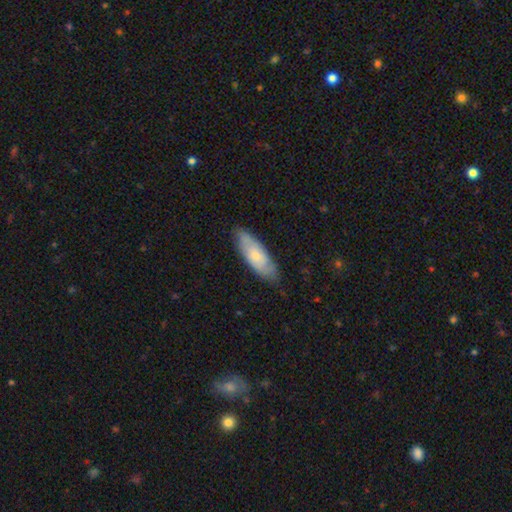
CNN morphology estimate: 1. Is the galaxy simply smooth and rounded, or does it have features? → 53% smooth, 41% featured or disk, 6% star or artifact.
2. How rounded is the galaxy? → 68% in between, 30% cigar-shaped, 2% round.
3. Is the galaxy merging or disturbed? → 78% none, 18% minor disturbance, 3% major disturbance, 1% merger.